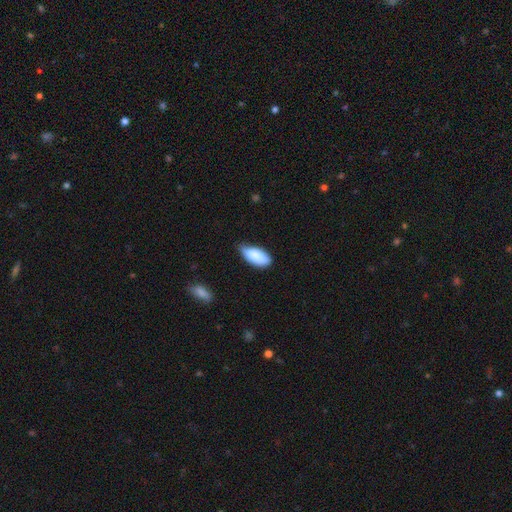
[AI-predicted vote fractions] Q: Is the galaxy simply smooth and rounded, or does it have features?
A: smooth — 86%.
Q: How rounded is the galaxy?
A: in between — 91%.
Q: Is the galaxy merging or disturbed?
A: none — 48%.